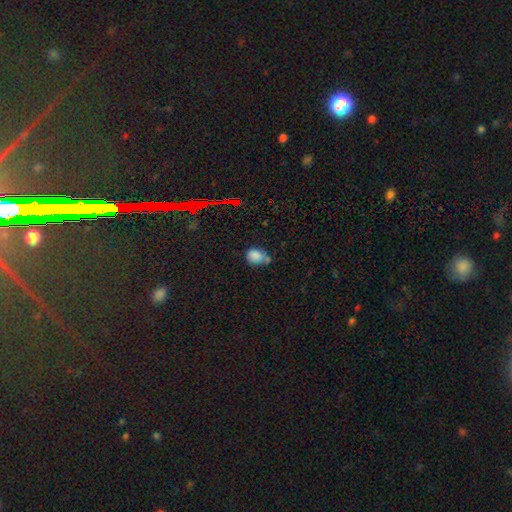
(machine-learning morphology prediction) smooth 81%, star or artifact 12%, featured or disk 7%. Down the decision tree: how rounded — in between (61%); merging — none (47%).